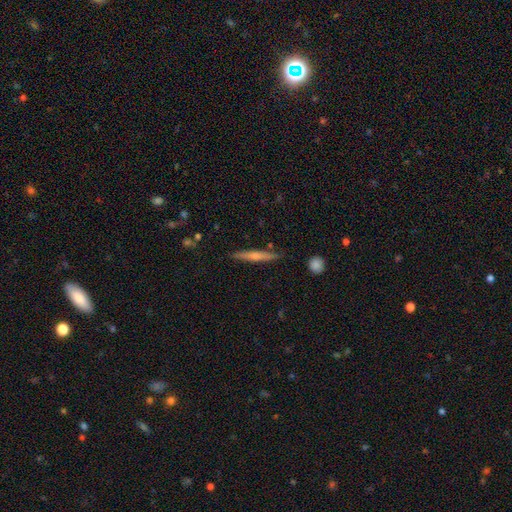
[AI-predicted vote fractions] A smooth galaxy with no disk features (51%) that is cigar-shaped (94%). Merging: none (87%).